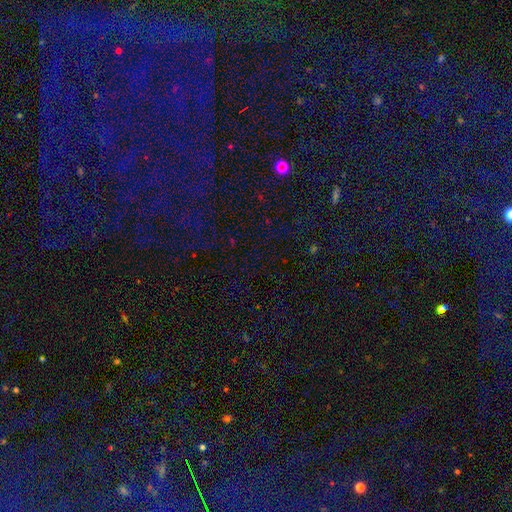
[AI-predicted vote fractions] This is likely a star or artifact rather than a galaxy (73%).